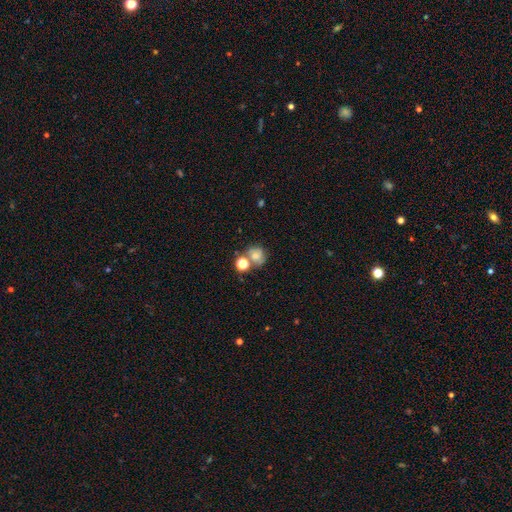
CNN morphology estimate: smooth 71%, featured or disk 14%, star or artifact 14%. Down the decision tree: how rounded — round (80%); merging — none (50%).